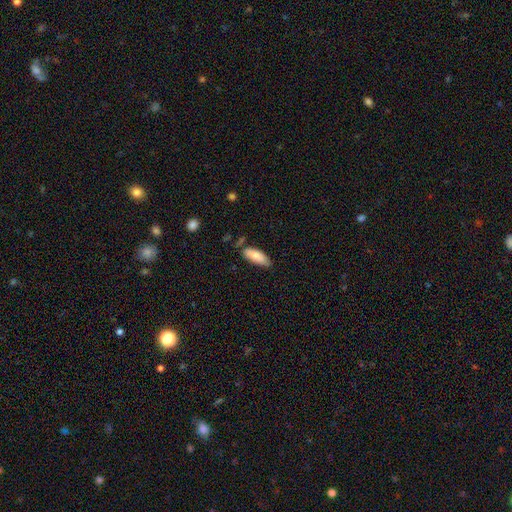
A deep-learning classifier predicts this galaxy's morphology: smooth-or-featured: smooth: 83% | featured or disk: 11% | star or artifact: 6%
  how-rounded: in between: 71% | cigar-shaped: 27% | round: 2%
  merging: none: 70% | minor disturbance: 21% | merger: 4% | major disturbance: 4%